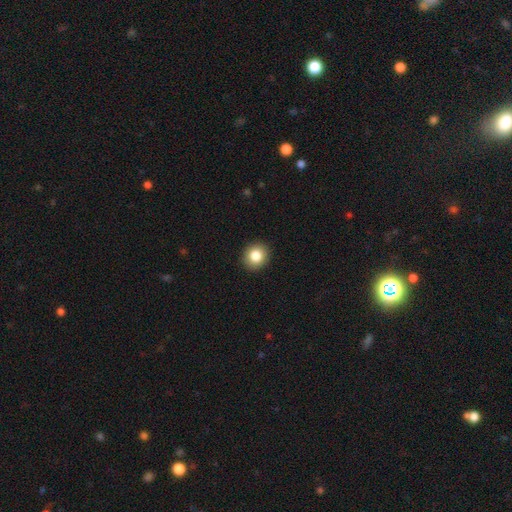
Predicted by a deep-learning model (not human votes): smooth_or_featured: smooth (p=0.84) [alt: star or artifact p=0.09]
how_rounded: round (p=0.82) [alt: in between p=0.17]
merging: none (p=0.92) [alt: minor disturbance p=0.05]